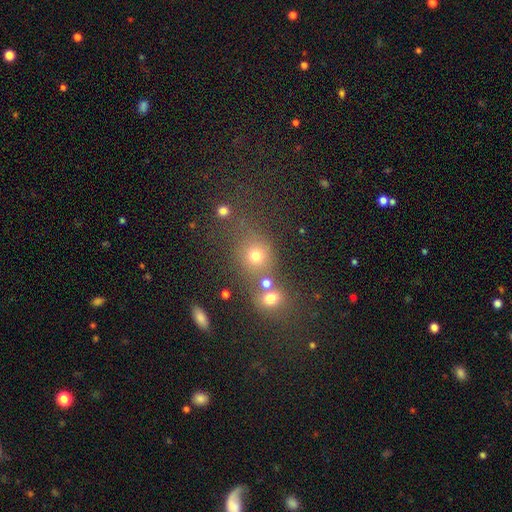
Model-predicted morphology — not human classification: This is likely a smooth galaxy (68%). How rounded: likely round (75%). Merging: possibly none (58%).